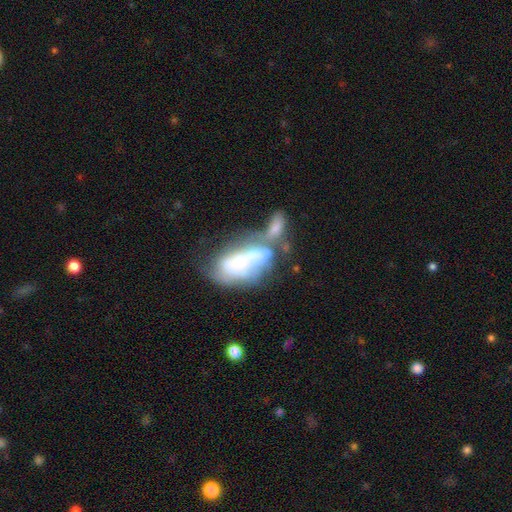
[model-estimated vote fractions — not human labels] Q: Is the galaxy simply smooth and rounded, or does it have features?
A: featured or disk — 55%.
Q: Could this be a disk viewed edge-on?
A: no — 95%.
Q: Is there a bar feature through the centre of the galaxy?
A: no — 85%.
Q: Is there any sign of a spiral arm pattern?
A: no — 87%.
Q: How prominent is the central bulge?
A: none — 40%.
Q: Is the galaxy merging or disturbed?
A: merger — 60%.